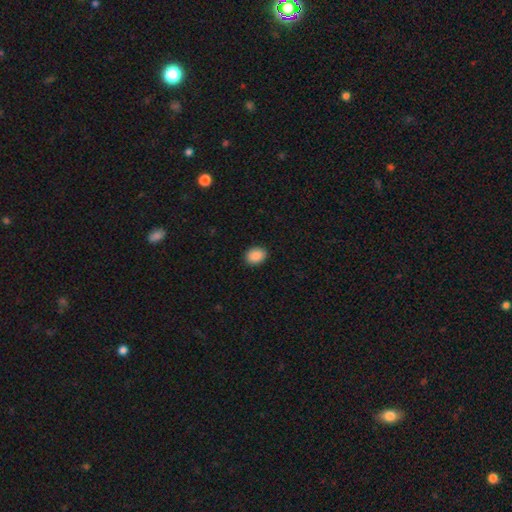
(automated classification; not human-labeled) Smooth or featured: smooth — 89% (star or artifact — 8%)
How rounded: in between — 63% (round — 36%)
Merging: none — 90% (minor disturbance — 7%)